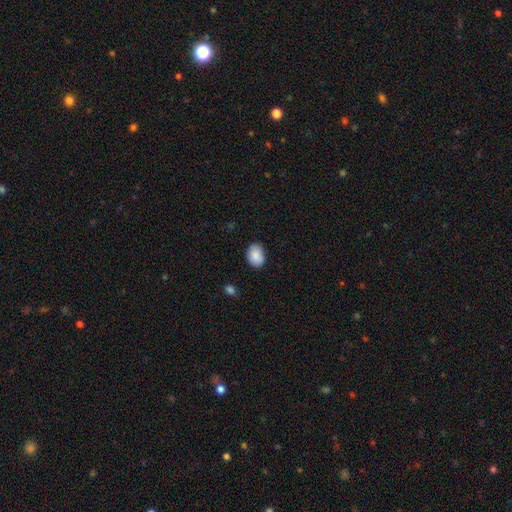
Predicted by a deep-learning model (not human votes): The model was most divided on "how rounded": in between: 72%, round: 27%, cigar-shaped: 1%. More confident: smooth or featured — smooth (89%); merging — none (82%).